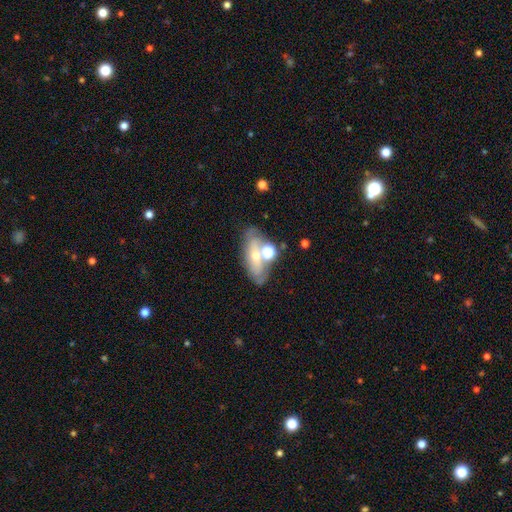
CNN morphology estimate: smooth_or_featured: featured or disk (p=0.45) [alt: smooth p=0.42]
merging: none (p=0.52) [alt: merger p=0.23]